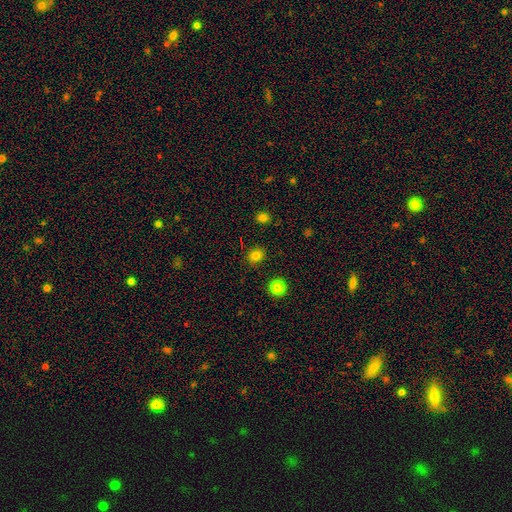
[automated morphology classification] Smooth or featured? Predicted: smooth (p=0.80). How rounded? Predicted: round (p=0.78). Merging? Predicted: none (p=0.88).